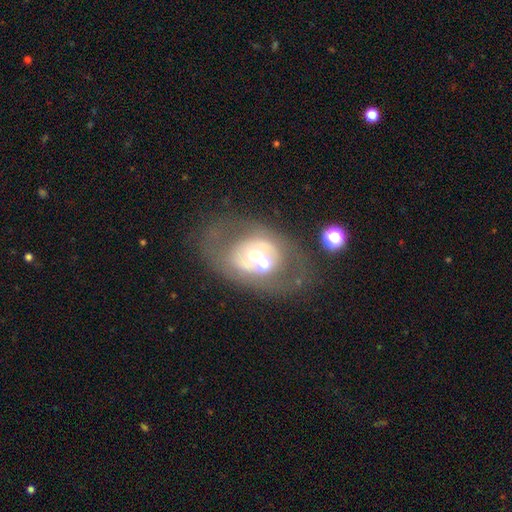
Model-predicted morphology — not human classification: featured or disk 63%, smooth 26%, star or artifact 11%. Down the decision tree: edge-on disk — no (95%); bar — no (76%); spiral arms — no (76%); bulge size — moderate (64%); merging — none (46%).